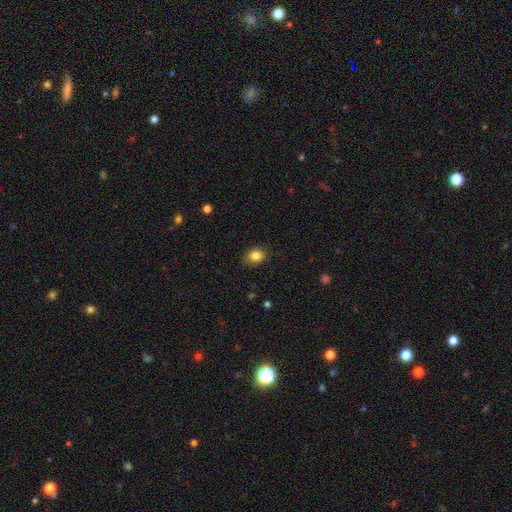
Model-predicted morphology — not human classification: smooth 85%, star or artifact 10%, featured or disk 6%. Down the decision tree: how rounded — in between (57%); merging — none (82%).